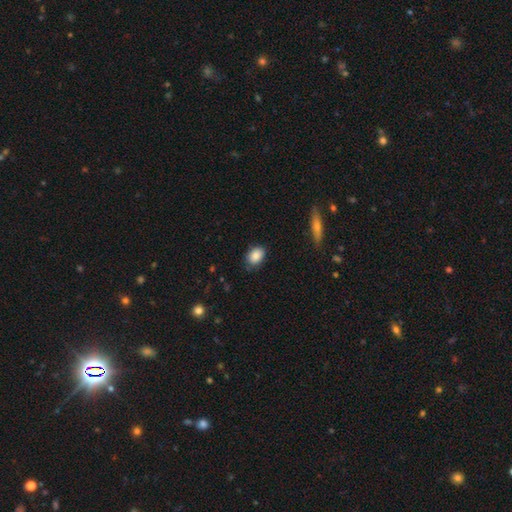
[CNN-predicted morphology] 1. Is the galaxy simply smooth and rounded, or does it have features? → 87% smooth, 8% star or artifact, 5% featured or disk.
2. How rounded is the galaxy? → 77% in between, 21% round, 1% cigar-shaped.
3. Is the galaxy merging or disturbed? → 79% none, 17% minor disturbance, 3% major disturbance, 1% merger.